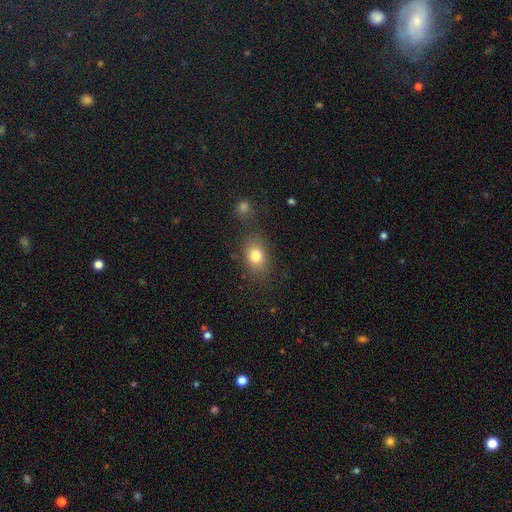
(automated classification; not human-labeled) Morphology: type=smooth (80%); roundness=in between (71%); merging=none (75%).